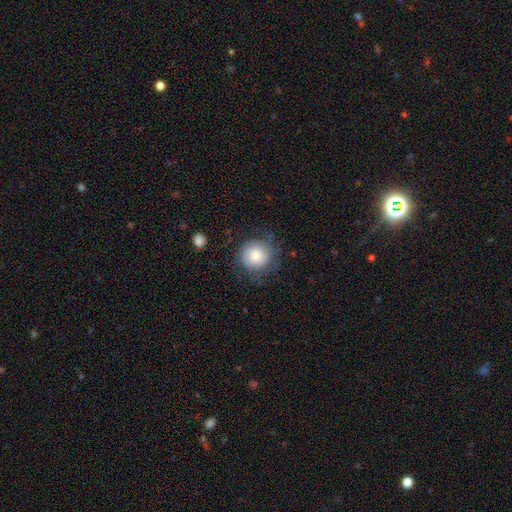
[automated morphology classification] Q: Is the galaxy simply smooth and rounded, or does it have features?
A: smooth — 70%.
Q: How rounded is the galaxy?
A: round — 91%.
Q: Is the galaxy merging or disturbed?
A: none — 65%.